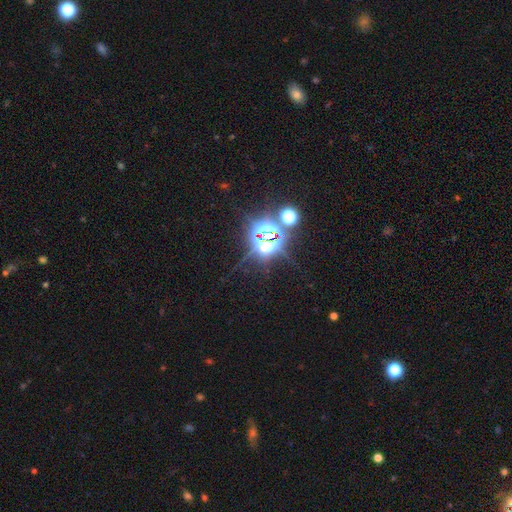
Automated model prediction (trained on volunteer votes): Q: Smooth or featured?
A: star or artifact (79%); runner-up: smooth (14%)